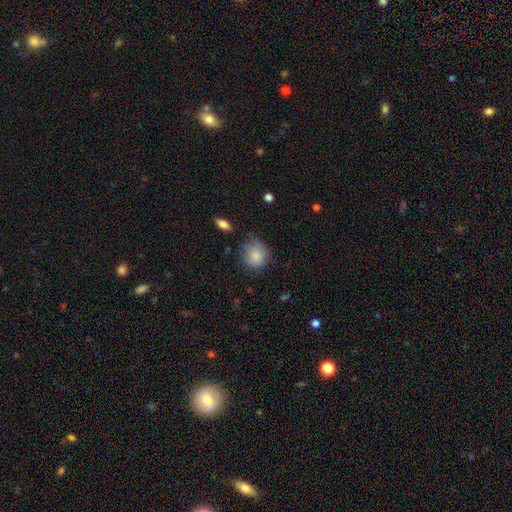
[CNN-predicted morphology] smooth-or-featured: smooth: 84% | featured or disk: 8% | star or artifact: 8%
  how-rounded: round: 82% | in between: 17% | cigar-shaped: 1%
  merging: none: 60% | minor disturbance: 30% | major disturbance: 8% | merger: 2%